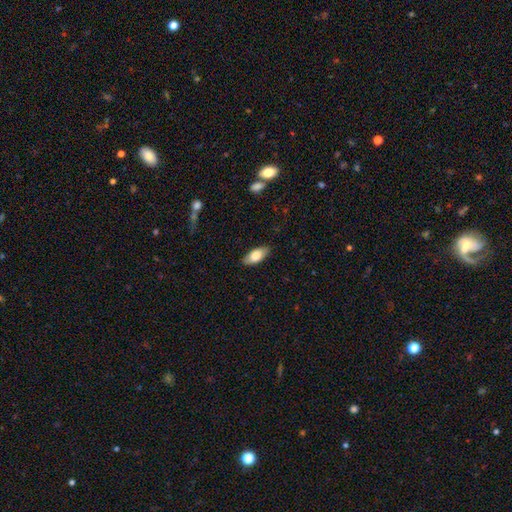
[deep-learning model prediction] Smooth or featured? smooth (78%)
How rounded? in between (88%)
Merging? none (85%)